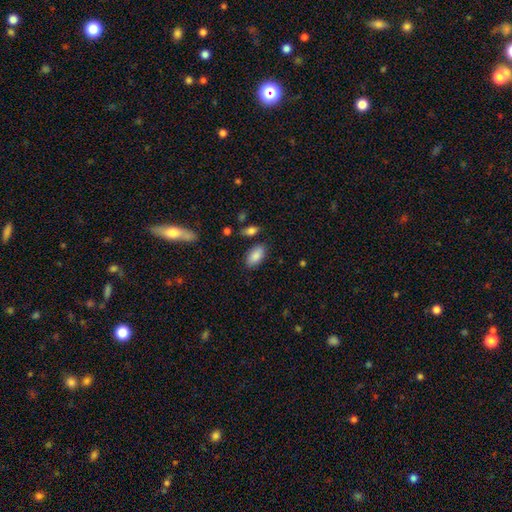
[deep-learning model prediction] This is clearly a smooth galaxy (87%). How rounded: clearly in between (93%). Merging: clearly none (80%).